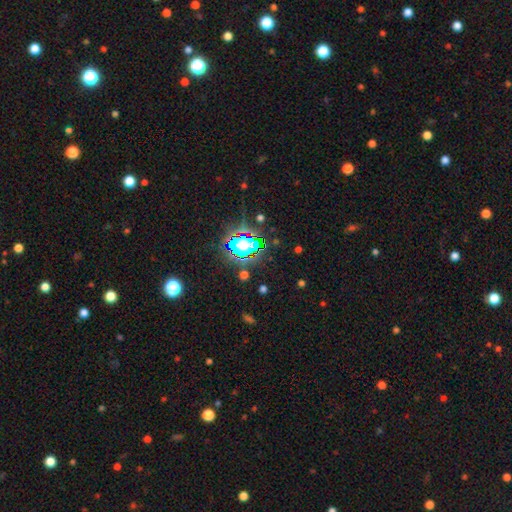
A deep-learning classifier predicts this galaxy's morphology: This is likely a star or artifact rather than a galaxy (80%).